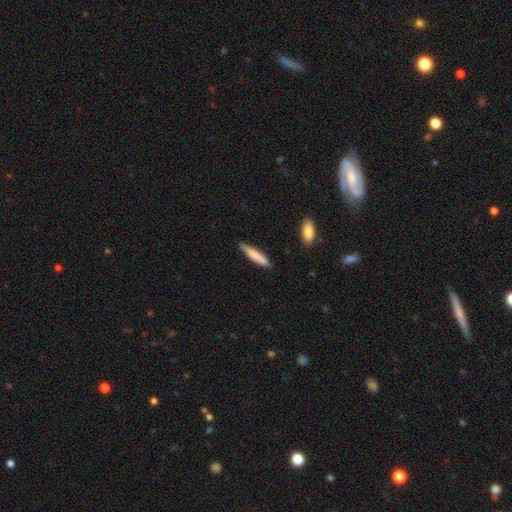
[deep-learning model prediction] Smooth or featured? Predicted: smooth (p=0.77). How rounded? Predicted: cigar-shaped (p=0.90). Merging? Predicted: none (p=0.83).